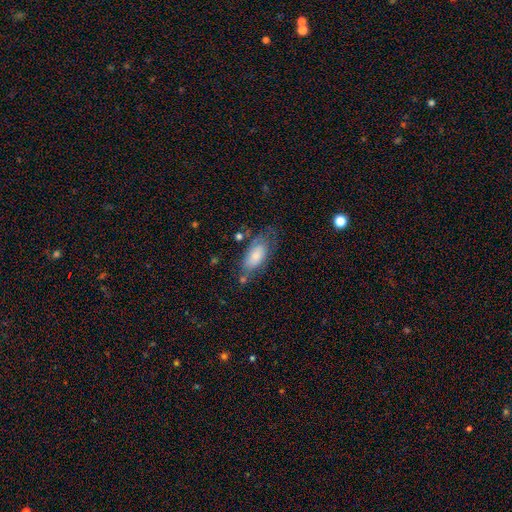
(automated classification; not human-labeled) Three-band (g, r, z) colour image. It shows a smooth galaxy with no disk features (67%) that is in between round and cigar-shaped (89%). Merging: none (49%).